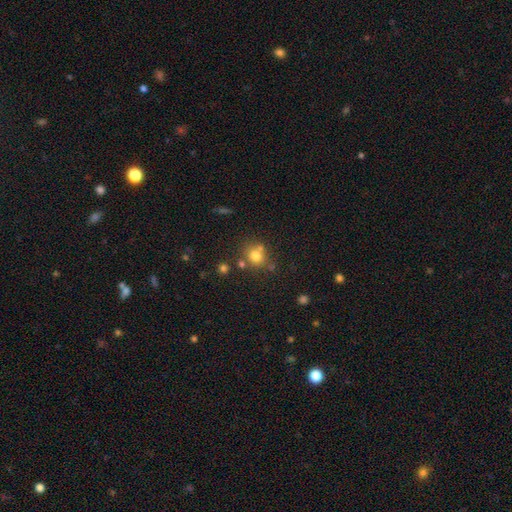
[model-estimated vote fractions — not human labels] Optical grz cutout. It shows a smooth galaxy with no disk features (75%) that is round (82%). Merging: none (63%).